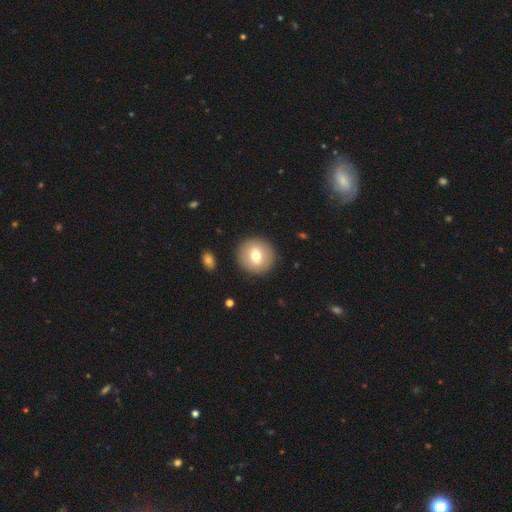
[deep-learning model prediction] Q: Smooth or featured?
A: smooth (70%); runner-up: featured or disk (22%)
Q: How rounded?
A: round (92%); runner-up: in between (7%)
Q: Merging?
A: none (91%); runner-up: minor disturbance (6%)